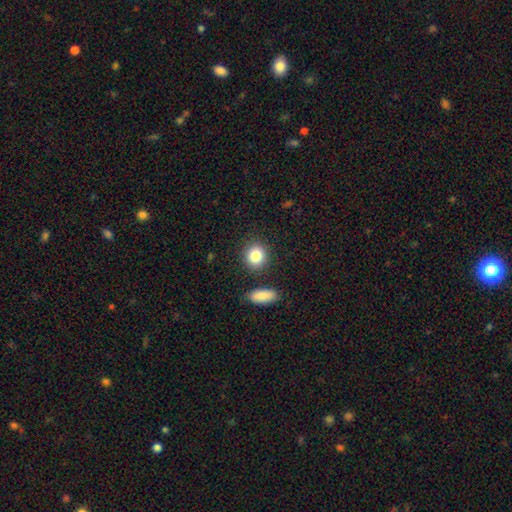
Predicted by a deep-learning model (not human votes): Q: Smooth or featured?
A: smooth (84%); runner-up: star or artifact (8%)
Q: How rounded?
A: round (74%); runner-up: in between (25%)
Q: Merging?
A: none (84%); runner-up: minor disturbance (8%)